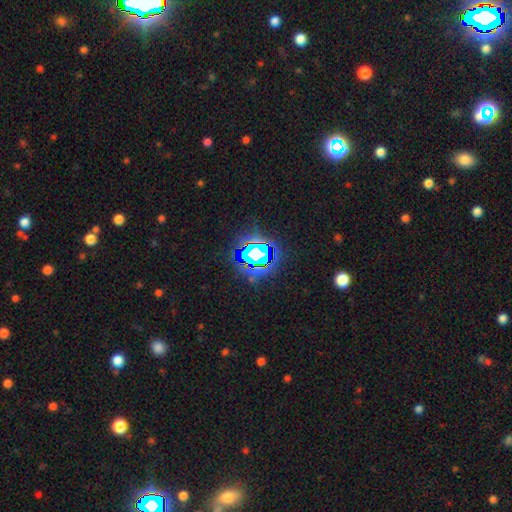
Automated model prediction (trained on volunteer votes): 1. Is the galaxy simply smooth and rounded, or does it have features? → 74% star or artifact, 15% smooth, 11% featured or disk.